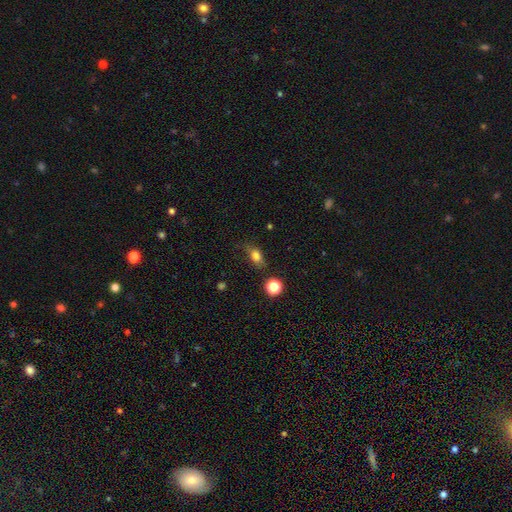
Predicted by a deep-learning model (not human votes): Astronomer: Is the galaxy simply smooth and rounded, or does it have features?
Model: smooth — 78%.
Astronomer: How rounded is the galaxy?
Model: in between — 71%.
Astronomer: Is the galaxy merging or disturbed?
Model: none — 61%.